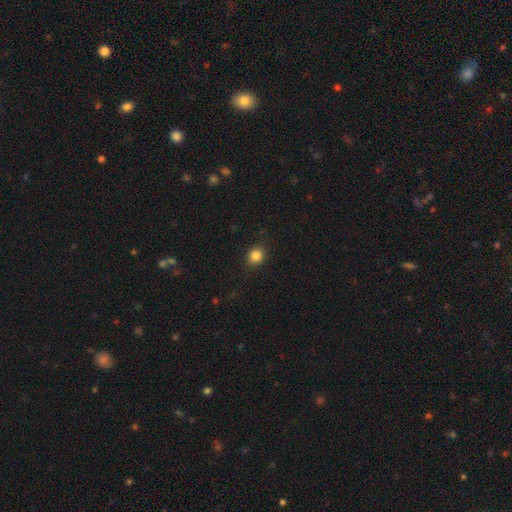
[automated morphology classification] This appears to be a smooth galaxy with no disk features (85%) that is round (81%). Merging: none (89%).